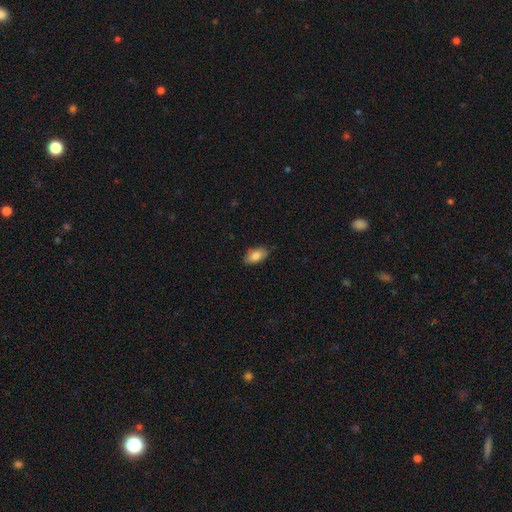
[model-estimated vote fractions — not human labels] smooth 84%, featured or disk 8%, star or artifact 7%. Down the decision tree: how rounded — in between (92%); merging — none (84%).